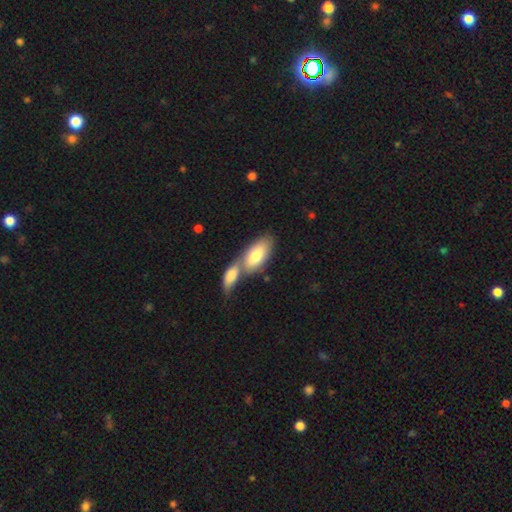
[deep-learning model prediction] Smooth or featured: smooth — 75% (featured or disk — 19%)
How rounded: in between — 89% (cigar-shaped — 8%)
Merging: merger — 57% (none — 30%)